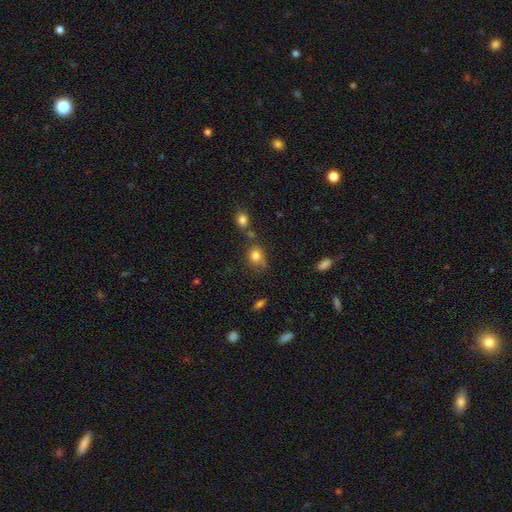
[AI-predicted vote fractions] Smooth or featured? Predicted: smooth (p=0.78). How rounded? Predicted: round (p=0.55). Merging? Predicted: none (p=0.55).